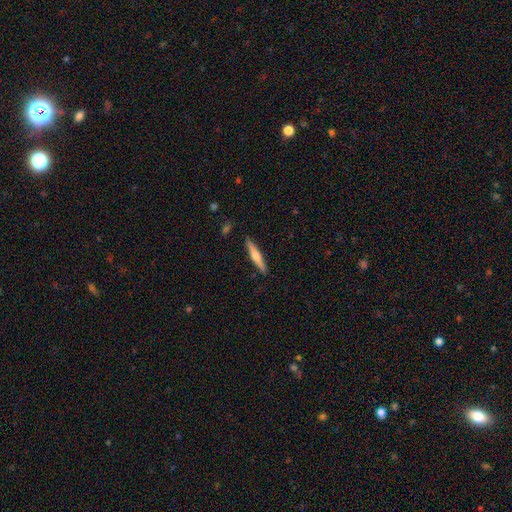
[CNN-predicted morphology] The model was most divided on "smooth or featured": featured or disk: 53%, smooth: 41%, star or artifact: 6%. More confident: edge-on disk — yes (97%); merging — none (90%); edge-on bulge — rounded (85%).